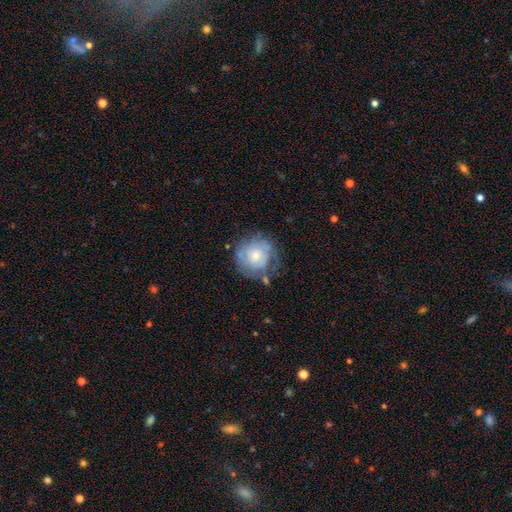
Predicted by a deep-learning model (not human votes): A featured or disk galaxy (54%) with no bar (83%), spiral arms (68%) and a small central bulge (52%). Merging: none (59%).